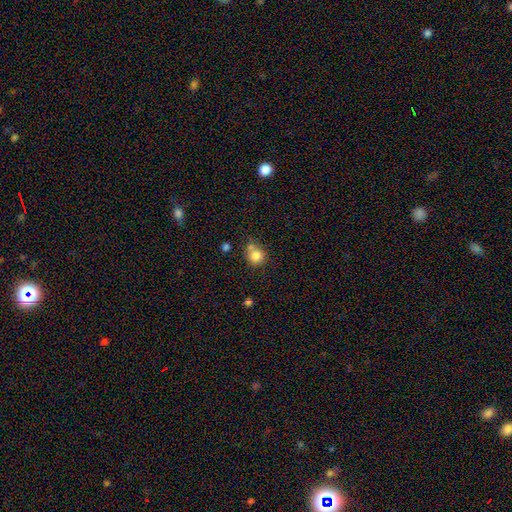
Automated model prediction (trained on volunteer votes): Smooth or featured: smooth — 81% (star or artifact — 11%)
How rounded: round — 85% (in between — 14%)
Merging: none — 56% (merger — 24%)